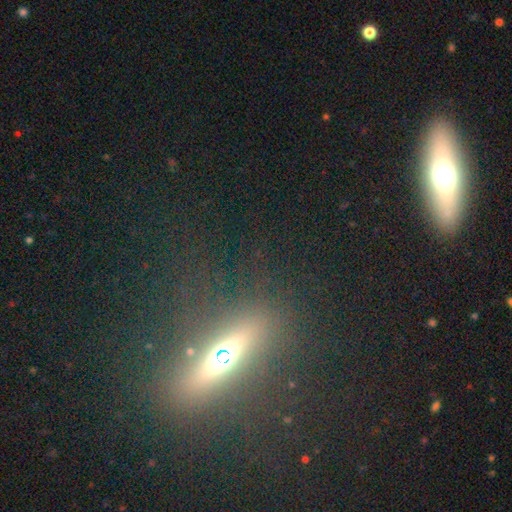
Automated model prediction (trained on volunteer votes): Smooth or featured: featured or disk — 44% (smooth — 34%)
Merging: none — 82% (minor disturbance — 10%)